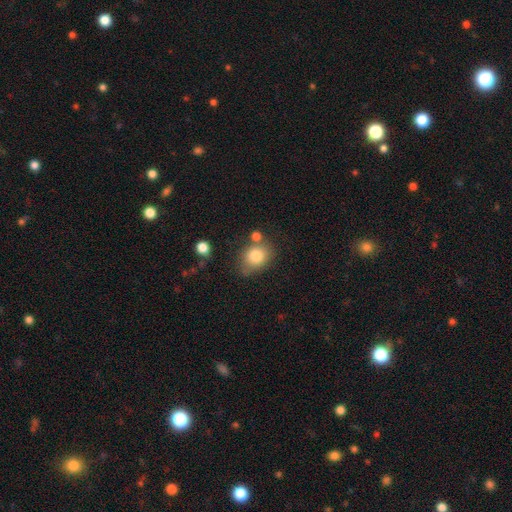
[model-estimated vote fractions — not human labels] Smooth or featured?
  - smooth: 81% *
  - featured or disk: 10%
  - star or artifact: 9%
How rounded?
  - round: 50% *
  - in between: 49%
  - cigar-shaped: 1%
Merging?
  - none: 61% *
  - minor disturbance: 19%
  - merger: 14%
  - major disturbance: 6%